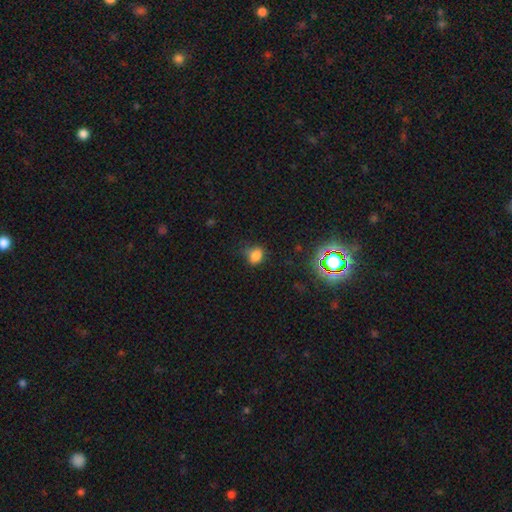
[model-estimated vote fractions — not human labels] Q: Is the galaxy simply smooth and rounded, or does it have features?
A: smooth — 77%.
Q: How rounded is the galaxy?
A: in between — 59%.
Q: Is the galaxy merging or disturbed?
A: none — 60%.